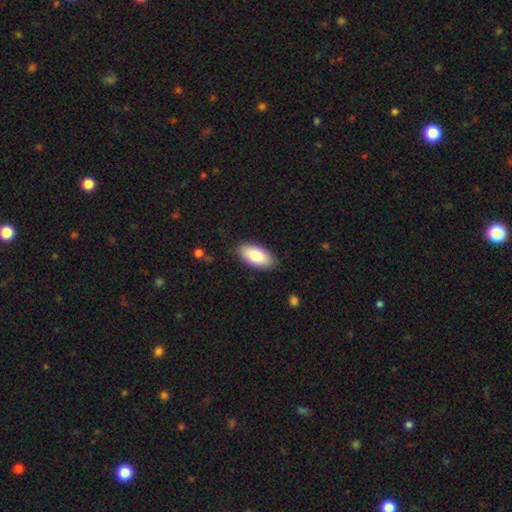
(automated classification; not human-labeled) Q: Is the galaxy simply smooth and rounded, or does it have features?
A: smooth — 84%.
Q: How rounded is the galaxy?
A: in between — 93%.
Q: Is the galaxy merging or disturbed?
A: none — 87%.